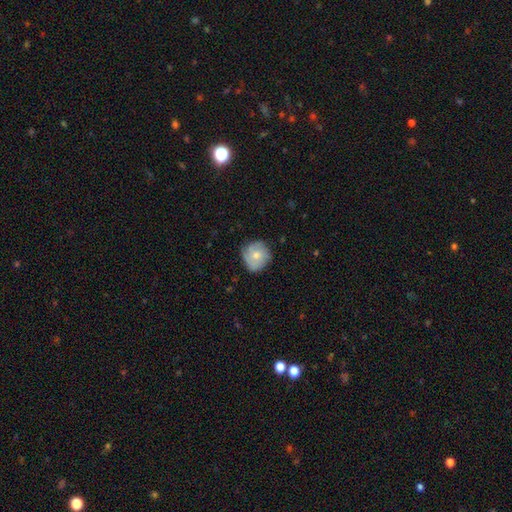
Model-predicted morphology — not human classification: type=smooth (53%); roundness=round (87%); merging=none (72%).